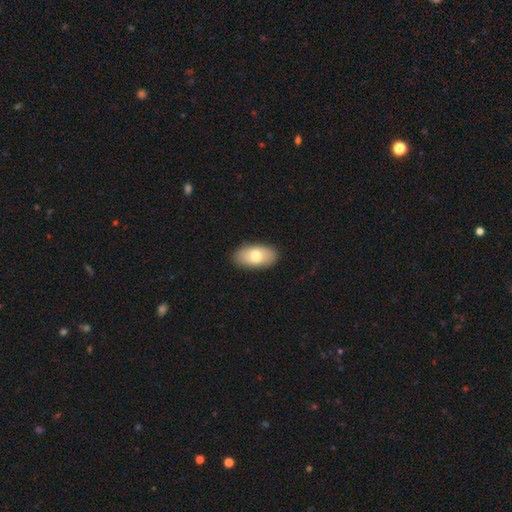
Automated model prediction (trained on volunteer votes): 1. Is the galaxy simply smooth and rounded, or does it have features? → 74% smooth, 21% featured or disk, 6% star or artifact.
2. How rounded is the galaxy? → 94% in between, 4% round, 3% cigar-shaped.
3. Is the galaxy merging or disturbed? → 88% none, 9% minor disturbance, 2% major disturbance, 1% merger.